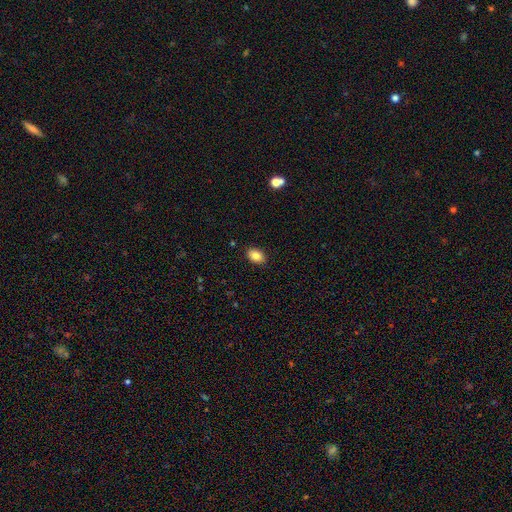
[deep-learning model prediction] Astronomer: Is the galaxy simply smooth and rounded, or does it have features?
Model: smooth — 86%.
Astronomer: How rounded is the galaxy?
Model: in between — 85%.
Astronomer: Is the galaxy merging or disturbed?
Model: none — 89%.